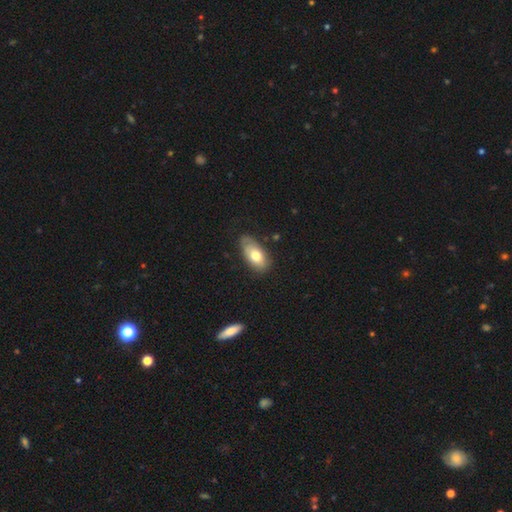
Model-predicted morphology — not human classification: smooth_or_featured: smooth (p=0.72) [alt: featured or disk p=0.22]
how_rounded: in between (p=0.91) [alt: cigar-shaped p=0.05]
merging: none (p=0.70) [alt: minor disturbance p=0.23]